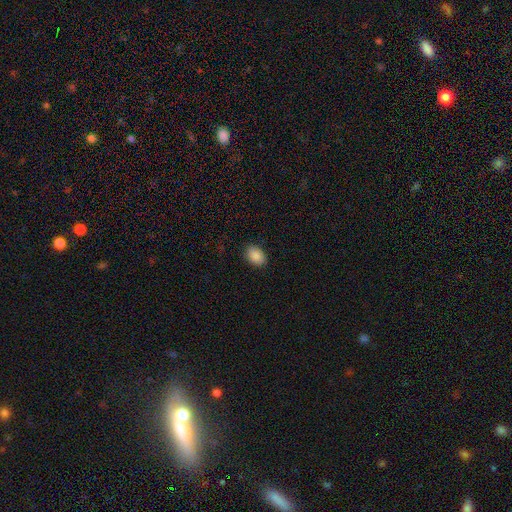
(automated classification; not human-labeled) Smooth or featured? smooth (89%)
How rounded? in between (79%)
Merging? none (88%)